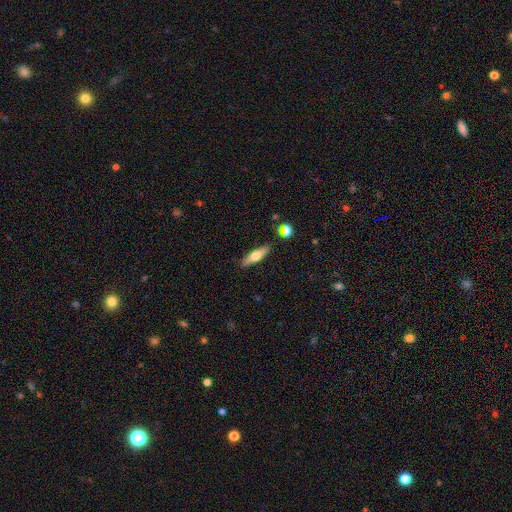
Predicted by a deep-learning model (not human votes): Smooth or featured? smooth (51%)
How rounded? cigar-shaped (68%)
Merging? none (86%)